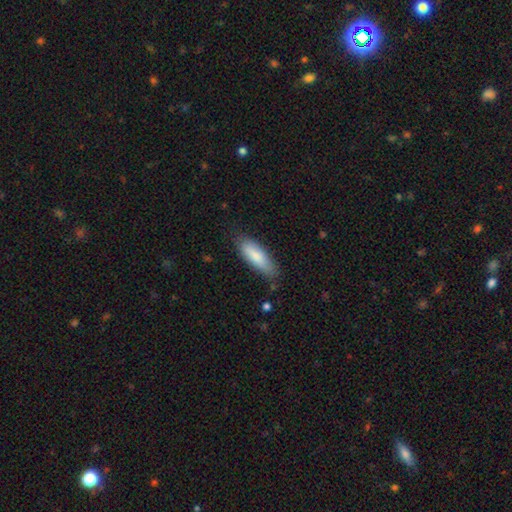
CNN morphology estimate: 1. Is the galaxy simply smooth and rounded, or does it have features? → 82% smooth, 12% featured or disk, 6% star or artifact.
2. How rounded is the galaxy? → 57% in between, 41% cigar-shaped, 2% round.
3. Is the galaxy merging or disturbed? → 76% none, 19% minor disturbance, 4% major disturbance, 2% merger.